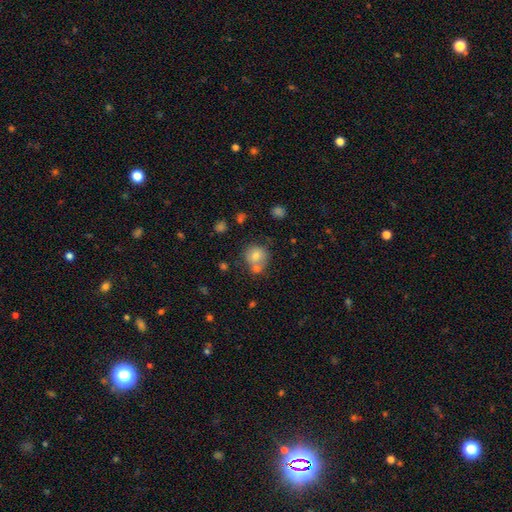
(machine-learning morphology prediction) Smooth or featured?
  - smooth: 73% *
  - featured or disk: 14%
  - star or artifact: 12%
How rounded?
  - round: 85% *
  - in between: 14%
  - cigar-shaped: 1%
Merging?
  - none: 54% *
  - merger: 31%
  - minor disturbance: 11%
  - major disturbance: 4%